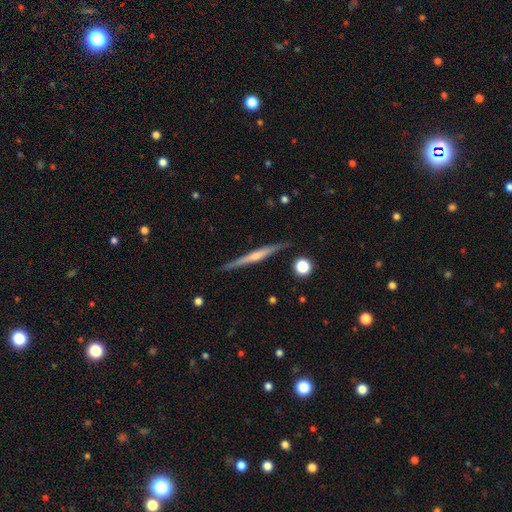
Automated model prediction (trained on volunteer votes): A featured or disk galaxy (77%) viewed edge-on (98%) with a rounded central bulge (75%).

Vote fractions:
- Smooth or featured? featured or disk: 77% / smooth: 17% / star or artifact: 6%
- Edge-on disk? yes: 98% / no: 2%
- Edge-on bulge? rounded: 75% / none: 17% / boxy: 8%
- Merging? none: 90% / minor disturbance: 7% / merger: 2% / major disturbance: 1%